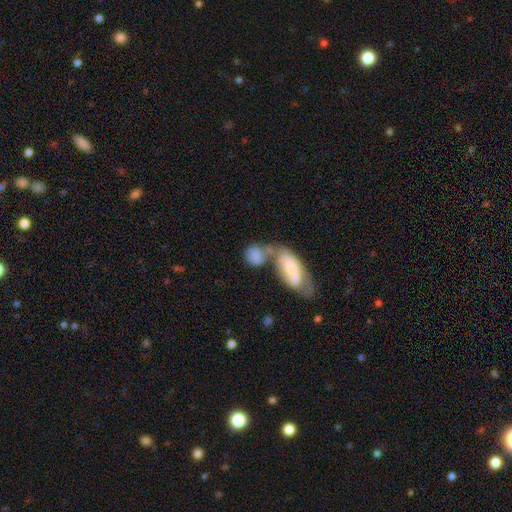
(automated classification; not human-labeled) smooth_or_featured: smooth (p=0.74) [alt: featured or disk p=0.19]
how_rounded: in between (p=0.68) [alt: round p=0.26]
merging: merger (p=0.61) [alt: none p=0.20]